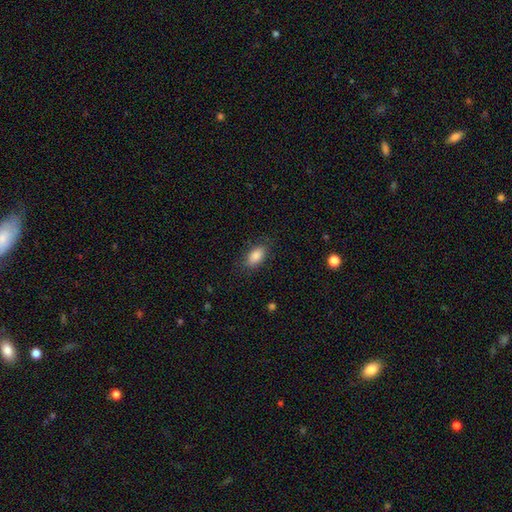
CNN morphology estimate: Smooth or featured: smooth — 86% (star or artifact — 7%)
How rounded: in between — 92% (round — 5%)
Merging: none — 81% (minor disturbance — 14%)